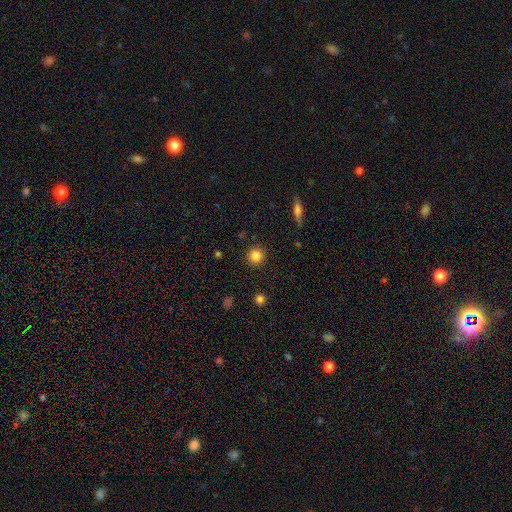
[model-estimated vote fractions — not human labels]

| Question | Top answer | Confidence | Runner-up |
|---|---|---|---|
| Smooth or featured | smooth | 83% | star or artifact (11%) |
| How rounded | round | 94% | in between (5%) |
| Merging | none | 91% | minor disturbance (5%) |